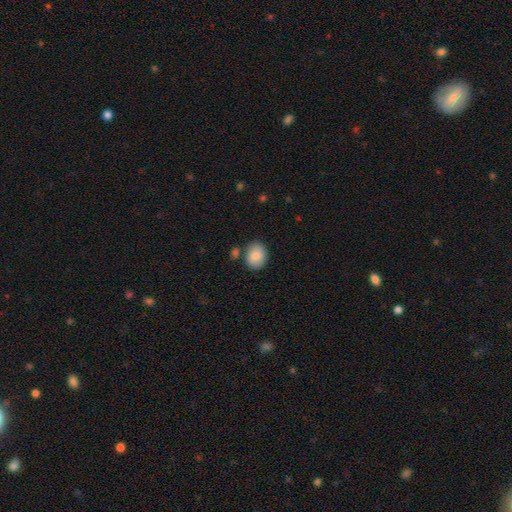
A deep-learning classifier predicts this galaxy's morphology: type=smooth (86%); roundness=in between (52%); merging=none (76%).